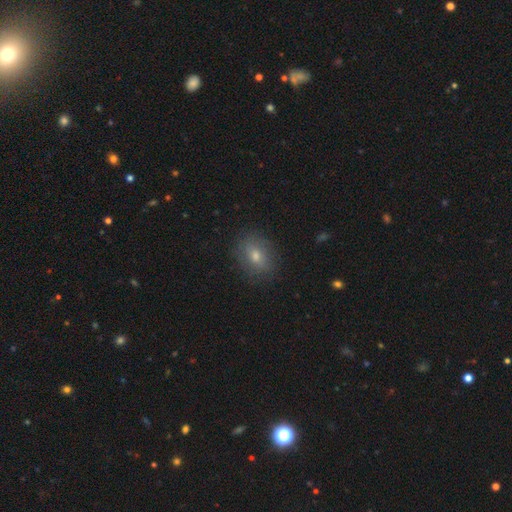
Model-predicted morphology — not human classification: Smooth or featured? Predicted: smooth (p=0.69). How rounded? Predicted: in between (p=0.61). Merging? Predicted: none (p=0.84).